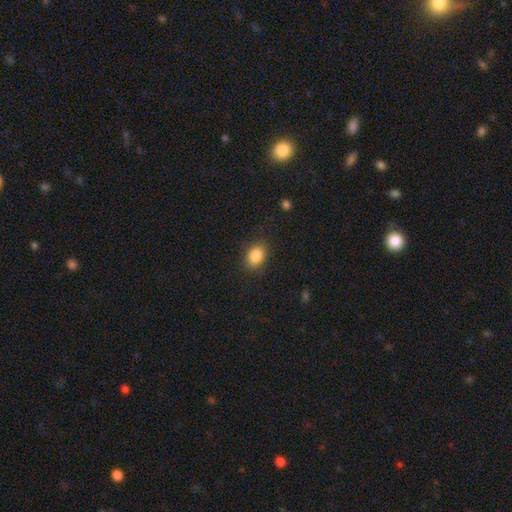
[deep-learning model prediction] The model was most divided on "how rounded": in between: 68%, round: 31%, cigar-shaped: 1%. More confident: smooth or featured — smooth (87%); merging — none (83%).